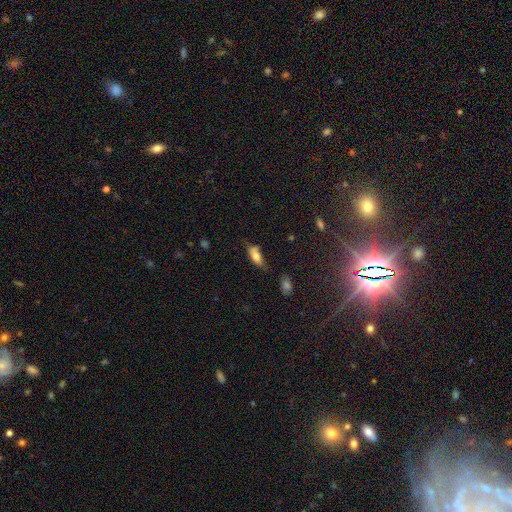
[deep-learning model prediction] A smooth galaxy with no disk features (73%) that is in between round and cigar-shaped (79%).

Vote fractions:
- Smooth or featured? smooth: 73% / featured or disk: 19% / star or artifact: 8%
- How rounded? in between: 79% / cigar-shaped: 19% / round: 3%
- Merging? none: 48% / minor disturbance: 33% / major disturbance: 11% / merger: 7%